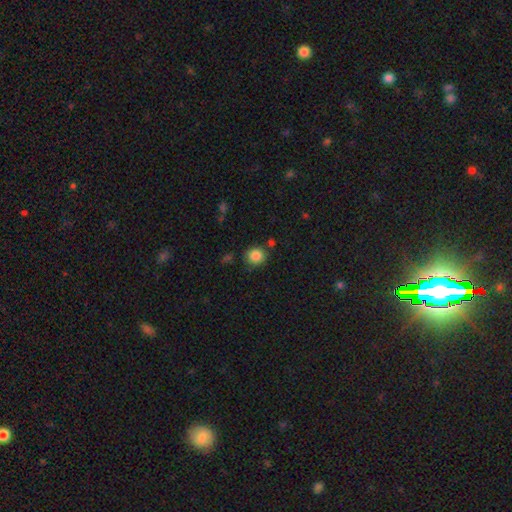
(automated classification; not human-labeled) Smooth or featured? Predicted: smooth (p=0.86). How rounded? Predicted: round (p=0.85). Merging? Predicted: none (p=0.82).